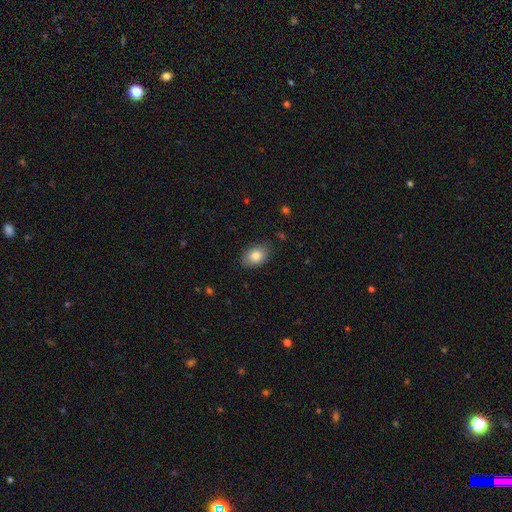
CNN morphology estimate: A smooth galaxy with no disk features (84%) that is in between round and cigar-shaped (84%). Merging: none (84%).